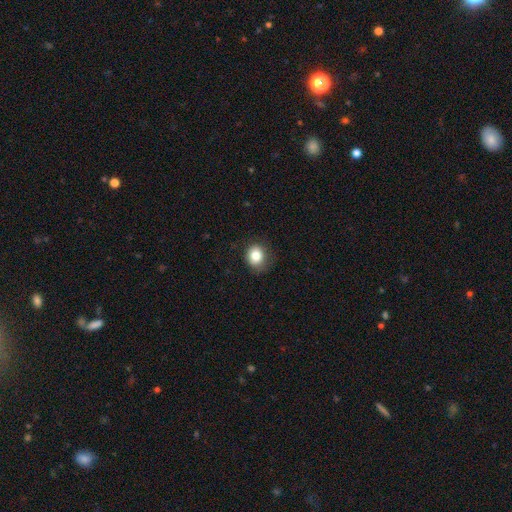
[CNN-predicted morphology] smooth_or_featured: smooth (p=0.83) [alt: star or artifact p=0.10]
how_rounded: round (p=0.72) [alt: in between p=0.27]
merging: none (p=0.80) [alt: minor disturbance p=0.15]